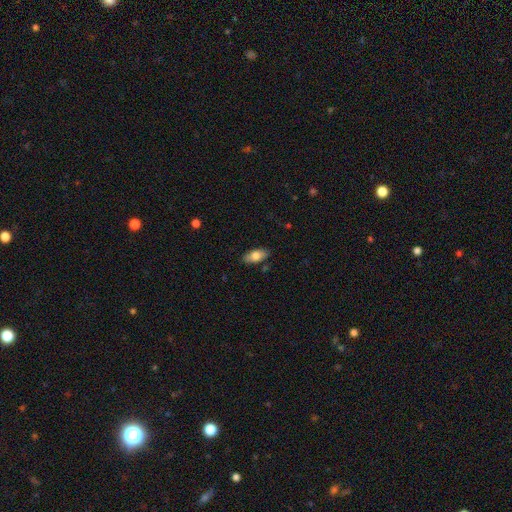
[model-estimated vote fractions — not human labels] This appears to be a smooth galaxy with no disk features (75%) that is in between round and cigar-shaped (87%). Merging: none (86%).